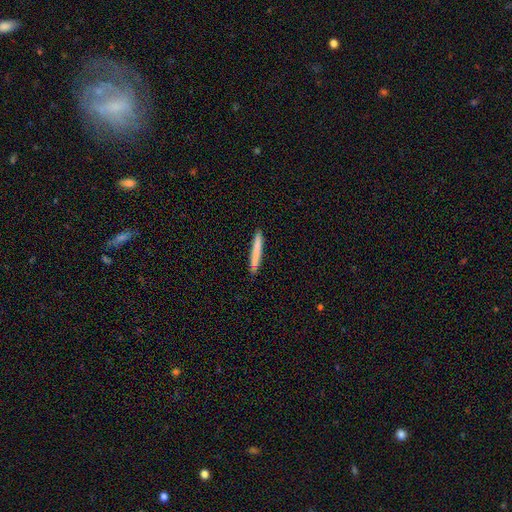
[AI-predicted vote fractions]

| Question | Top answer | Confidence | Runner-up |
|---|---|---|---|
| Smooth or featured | smooth | 78% | featured or disk (16%) |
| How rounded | cigar-shaped | 96% | in between (3%) |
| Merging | none | 90% | minor disturbance (7%) |